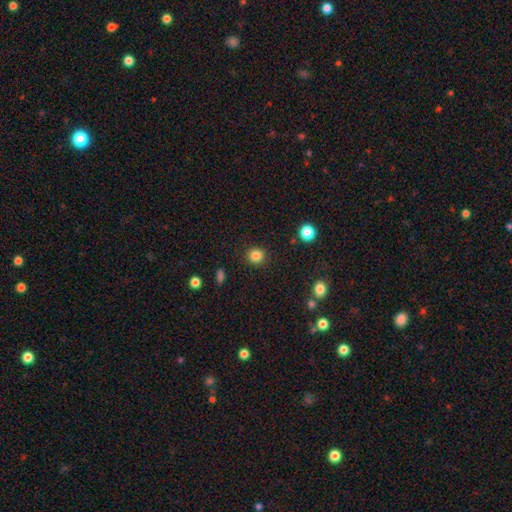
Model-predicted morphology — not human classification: smooth-or-featured: smooth: 84% | star or artifact: 11% | featured or disk: 4%
  how-rounded: round: 91% | in between: 8% | cigar-shaped: 1%
  merging: none: 91% | minor disturbance: 6% | major disturbance: 2% | merger: 1%